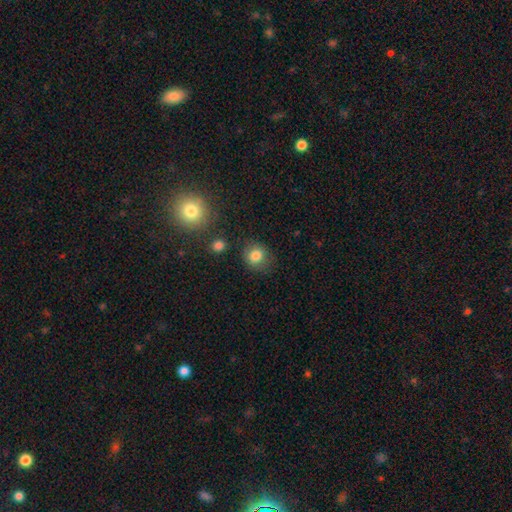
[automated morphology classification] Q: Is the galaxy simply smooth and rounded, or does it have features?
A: smooth — 82%.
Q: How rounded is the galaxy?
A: round — 76%.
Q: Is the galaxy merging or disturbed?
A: none — 78%.